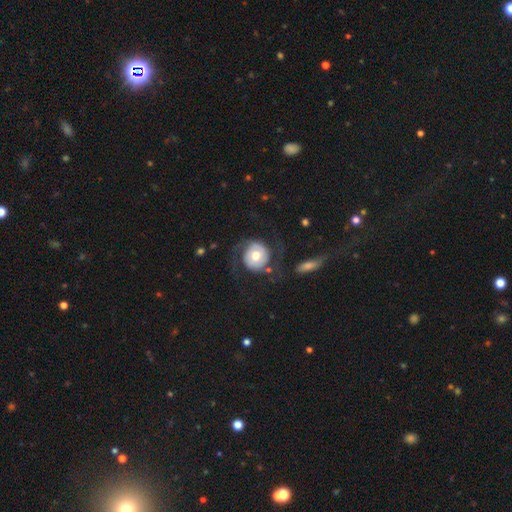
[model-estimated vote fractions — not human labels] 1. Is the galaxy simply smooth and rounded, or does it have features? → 61% featured or disk, 33% smooth, 6% star or artifact.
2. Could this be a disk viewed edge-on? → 96% no, 4% yes.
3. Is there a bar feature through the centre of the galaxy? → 72% no, 21% weak, 7% strong.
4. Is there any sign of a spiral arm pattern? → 76% yes, 24% no.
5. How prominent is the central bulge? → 70% moderate, 17% large, 9% small, 3% dominant, 1% none.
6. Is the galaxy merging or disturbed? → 61% none, 22% major disturbance, 13% minor disturbance, 4% merger.